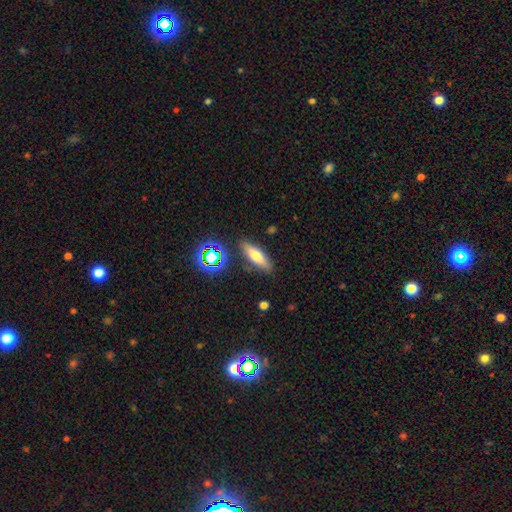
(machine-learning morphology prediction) Smooth or featured? smooth (62%)
How rounded? cigar-shaped (51%)
Merging? none (84%)